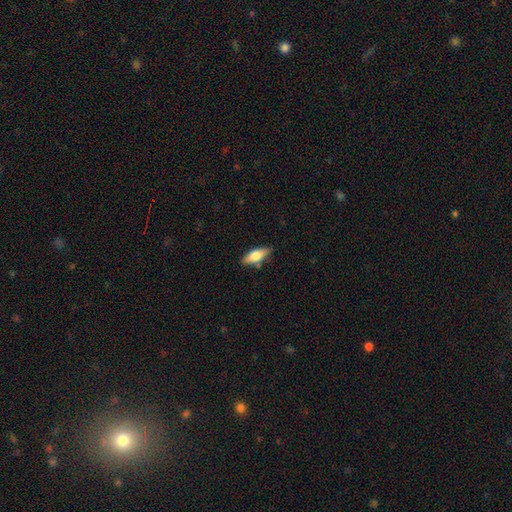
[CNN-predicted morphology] A smooth galaxy with no disk features (63%) that is in between round and cigar-shaped (69%).

Vote fractions:
- Smooth or featured? smooth: 63% / featured or disk: 31% / star or artifact: 6%
- How rounded? in between: 69% / cigar-shaped: 28% / round: 3%
- Merging? none: 81% / minor disturbance: 14% / merger: 3% / major disturbance: 3%